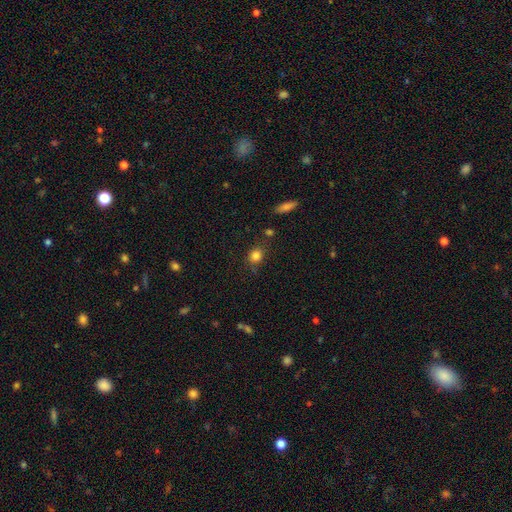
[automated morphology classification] A smooth galaxy with no disk features (83%) that is round (64%).

Vote fractions:
- Smooth or featured? smooth: 83% / star or artifact: 11% / featured or disk: 6%
- How rounded? round: 64% / in between: 35% / cigar-shaped: 2%
- Merging? none: 77% / minor disturbance: 14% / merger: 4% / major disturbance: 4%